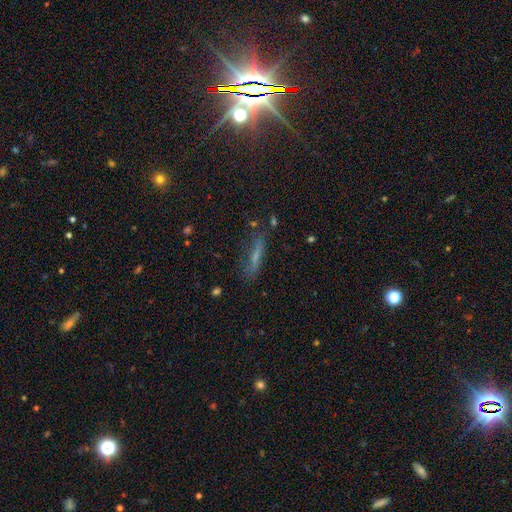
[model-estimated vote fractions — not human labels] smooth_or_featured: smooth (p=0.49) [alt: featured or disk p=0.31]
merging: none (p=0.68) [alt: minor disturbance p=0.19]